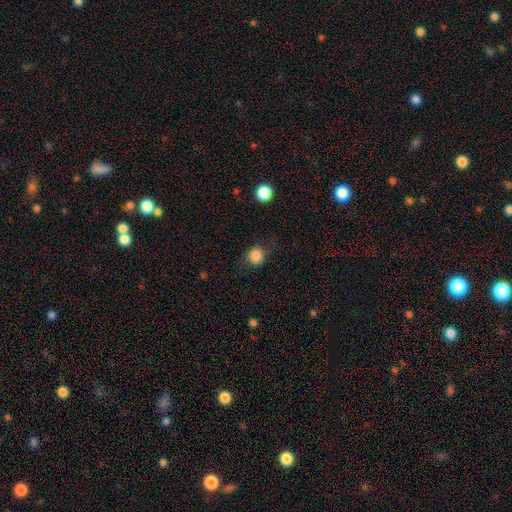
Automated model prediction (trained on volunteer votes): Smooth or featured? smooth (85%)
How rounded? round (82%)
Merging? none (71%)